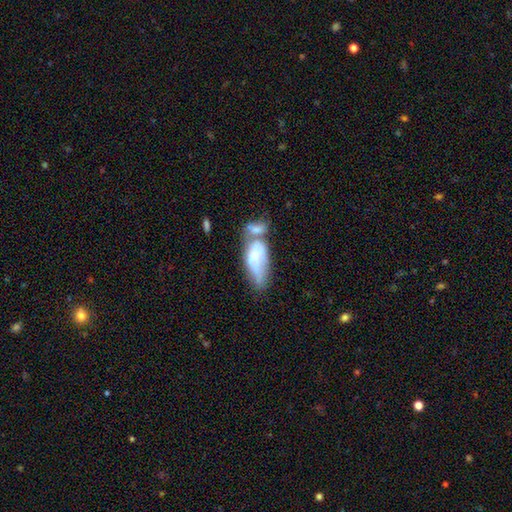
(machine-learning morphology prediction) A smooth galaxy with no disk features (51%) that is in between round and cigar-shaped (80%).

Vote fractions:
- Smooth or featured? smooth: 51% / featured or disk: 42% / star or artifact: 7%
- How rounded? in between: 80% / cigar-shaped: 17% / round: 3%
- Merging? merger: 58% / none: 15% / major disturbance: 14% / minor disturbance: 13%